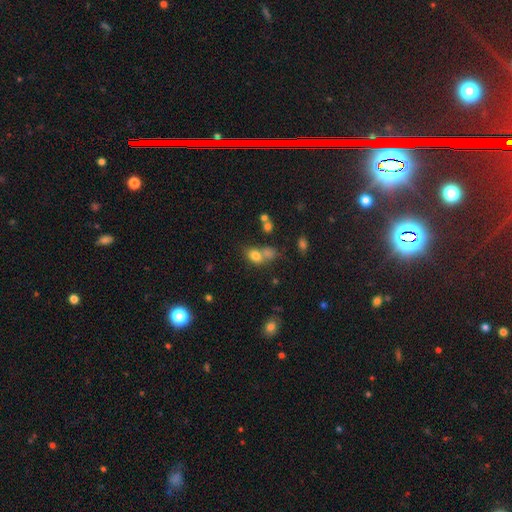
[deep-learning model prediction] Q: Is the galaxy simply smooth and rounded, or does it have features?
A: smooth — 76%.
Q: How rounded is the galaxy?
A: in between — 74%.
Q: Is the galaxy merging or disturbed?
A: none — 41%.